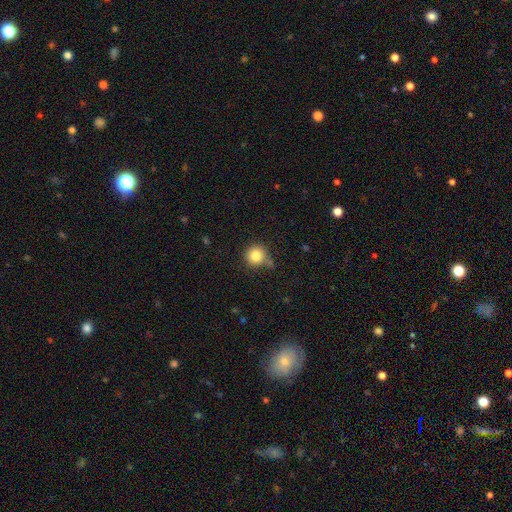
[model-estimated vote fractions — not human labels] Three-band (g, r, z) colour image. It shows a smooth galaxy with no disk features (83%) that is round (93%). Merging: none (72%).